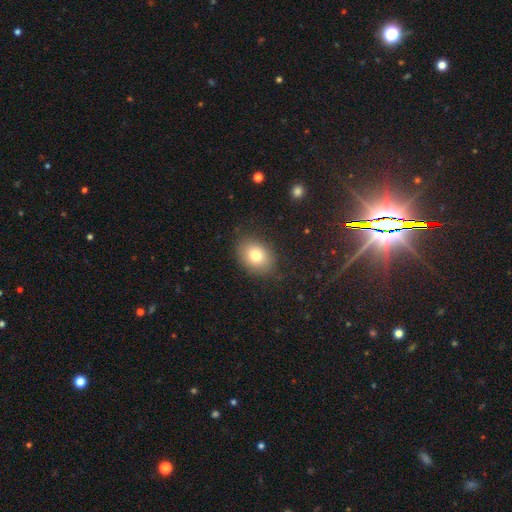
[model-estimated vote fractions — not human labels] smooth 79%, featured or disk 11%, star or artifact 10%. Down the decision tree: how rounded — in between (60%); merging — none (84%).